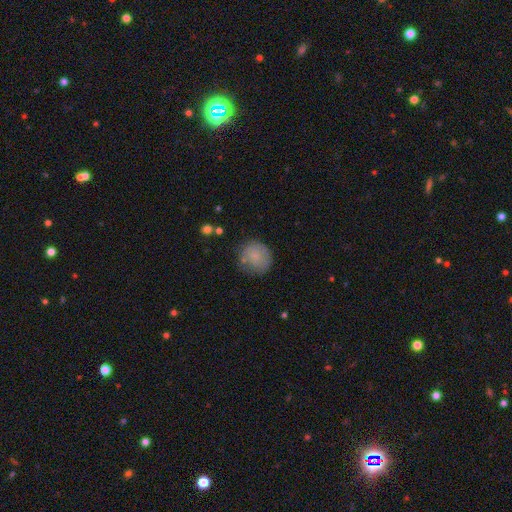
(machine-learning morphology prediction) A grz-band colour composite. It shows a smooth galaxy with no disk features (78%) that is round (86%). Merging: none (68%).